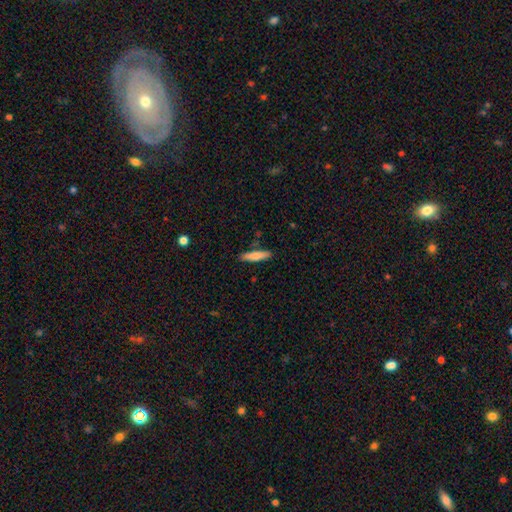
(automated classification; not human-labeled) Q: Smooth or featured?
A: smooth (76%); runner-up: featured or disk (18%)
Q: How rounded?
A: cigar-shaped (78%); runner-up: in between (21%)
Q: Merging?
A: none (85%); runner-up: minor disturbance (10%)